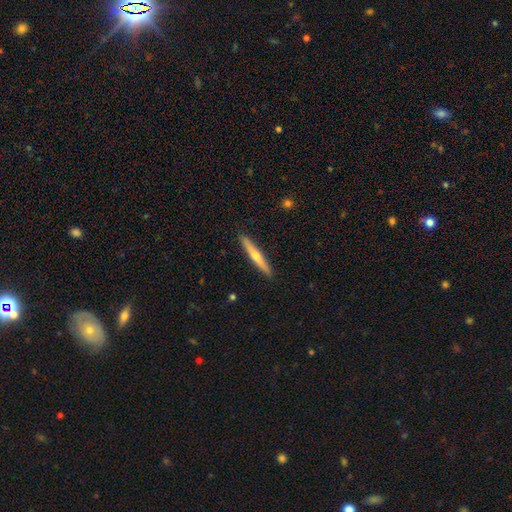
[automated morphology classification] This is likely a featured or disk galaxy (61%). It is clearly viewed edge-on (97%). Edge-on bulge: clearly rounded (83%). Merging: clearly none (92%).